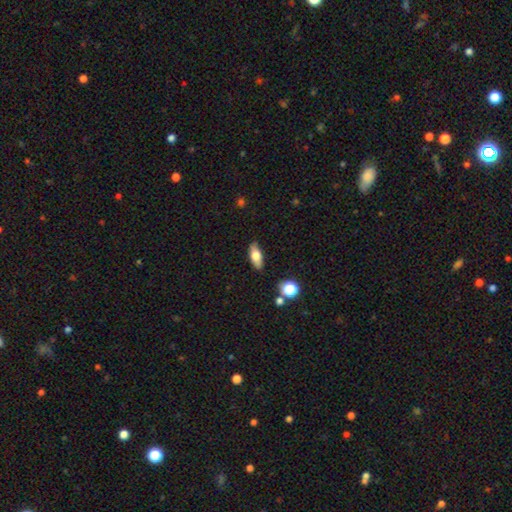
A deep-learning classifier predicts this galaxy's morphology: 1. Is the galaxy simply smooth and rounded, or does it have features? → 66% smooth, 26% featured or disk, 8% star or artifact.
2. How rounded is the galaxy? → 76% in between, 20% cigar-shaped, 4% round.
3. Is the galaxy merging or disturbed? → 84% none, 12% minor disturbance, 2% major disturbance, 2% merger.